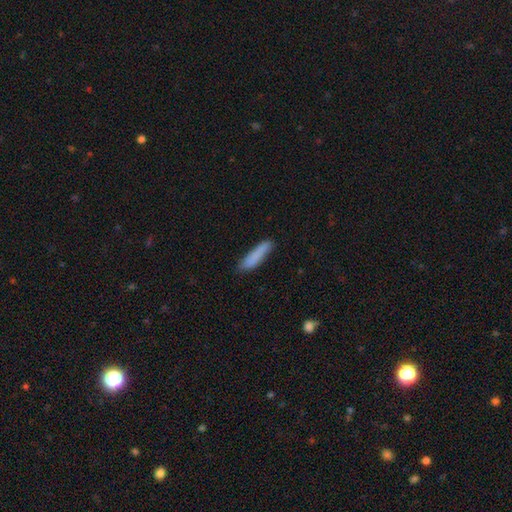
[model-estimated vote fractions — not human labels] Overall: smooth (83%). How rounded: cigar-shaped (84%). Merging: none (81%).